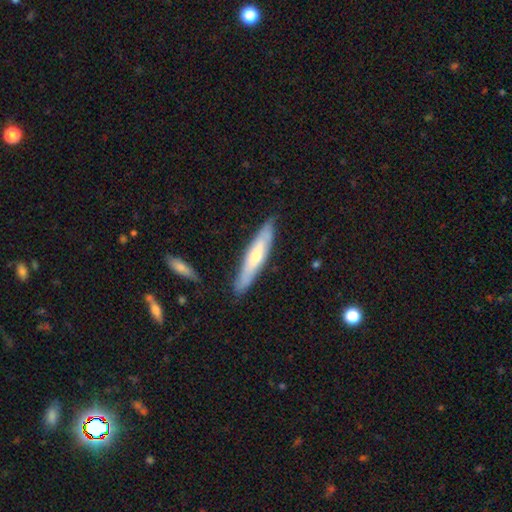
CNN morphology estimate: type=smooth (49%); merging=none (84%).